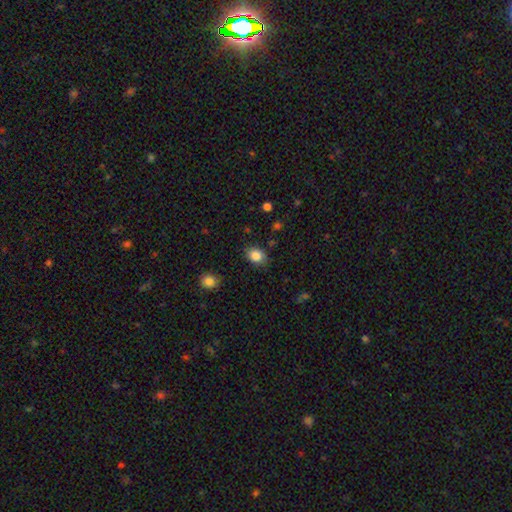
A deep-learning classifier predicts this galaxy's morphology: Smooth or featured: smooth — 86% (star or artifact — 9%)
How rounded: in between — 63% (round — 36%)
Merging: none — 82% (minor disturbance — 13%)